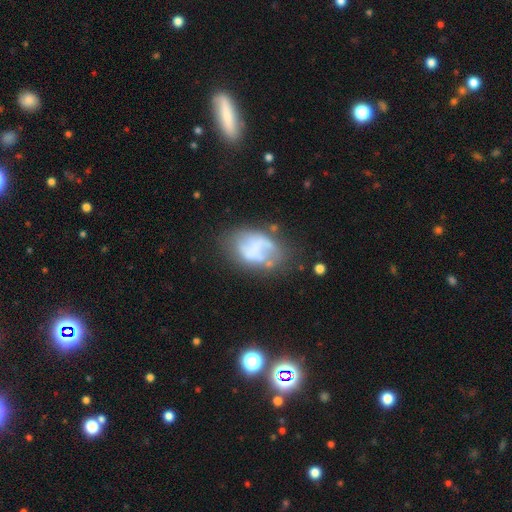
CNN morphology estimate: Overall: featured or disk (50%; smooth 40%). Edge-on disk: no (97%). Merging: none (39%; minor disturbance 25%).